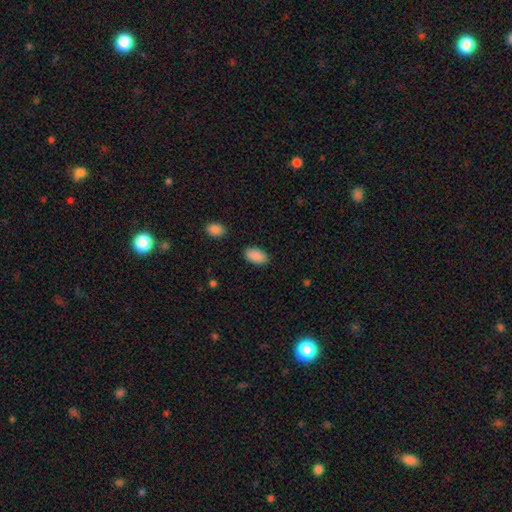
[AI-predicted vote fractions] Overall: smooth (90%). How rounded: in between (94%). Merging: none (86%).